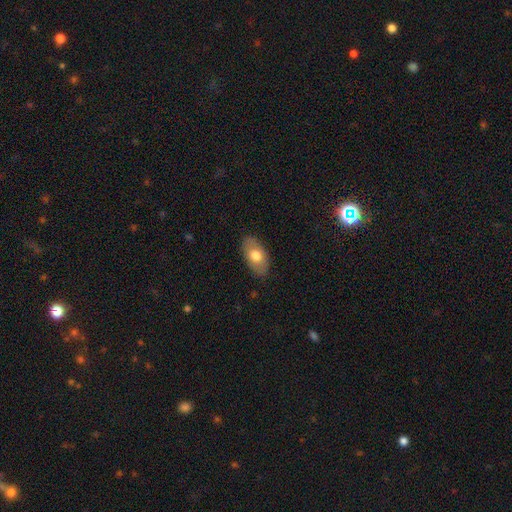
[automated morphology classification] smooth-or-featured: smooth: 70% | featured or disk: 24% | star or artifact: 6%
  how-rounded: in between: 93% | round: 5% | cigar-shaped: 2%
  merging: none: 85% | minor disturbance: 11% | major disturbance: 3% | merger: 1%